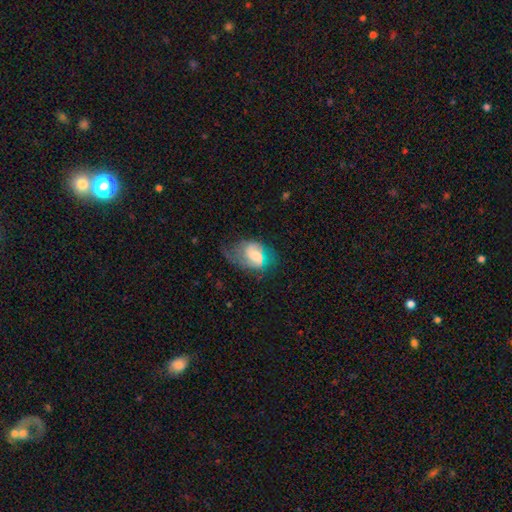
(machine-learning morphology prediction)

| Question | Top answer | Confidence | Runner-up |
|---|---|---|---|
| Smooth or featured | featured or disk | 59% | smooth (33%) |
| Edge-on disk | no | 96% | yes (4%) |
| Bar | no | 45% | weak (44%) |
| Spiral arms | yes | 80% | no (20%) |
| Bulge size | moderate | 54% | small (26%) |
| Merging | none | 40% | minor disturbance (29%) |